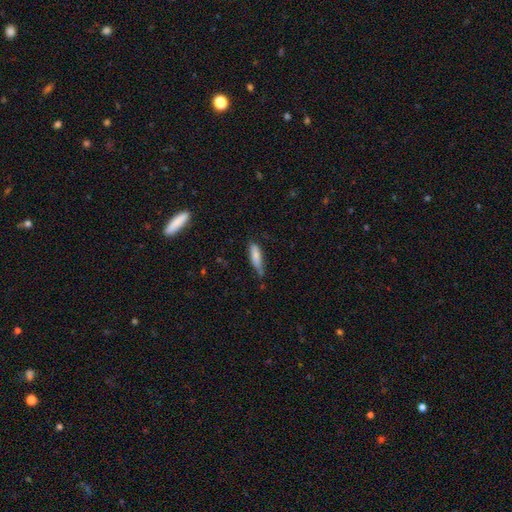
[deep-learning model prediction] Overall: smooth (80%). How rounded: cigar-shaped (60%; in between 38%). Merging: none (50%; minor disturbance 38%).